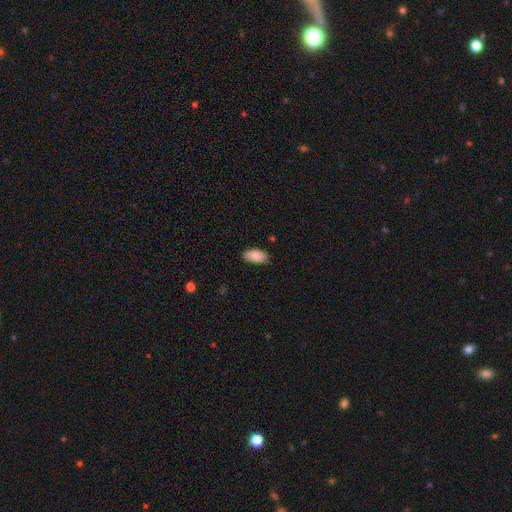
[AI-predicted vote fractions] The model was most divided on "merging": none: 84%, minor disturbance: 12%, major disturbance: 2%, merger: 1%. More confident: how rounded — in between (93%); smooth or featured — smooth (87%).